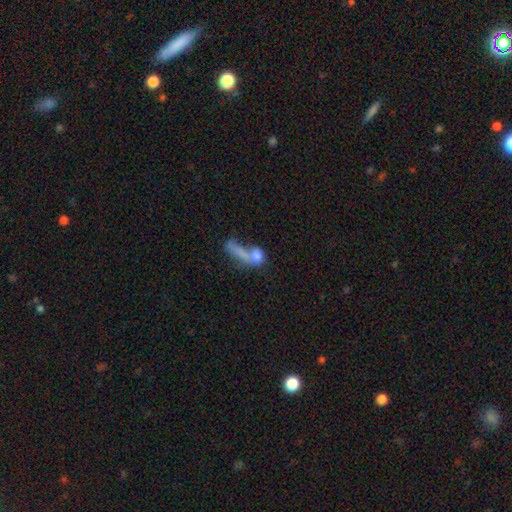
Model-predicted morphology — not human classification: This is likely a smooth galaxy (63%). How rounded: possibly in between (55%). Merging: possibly merger (55%).